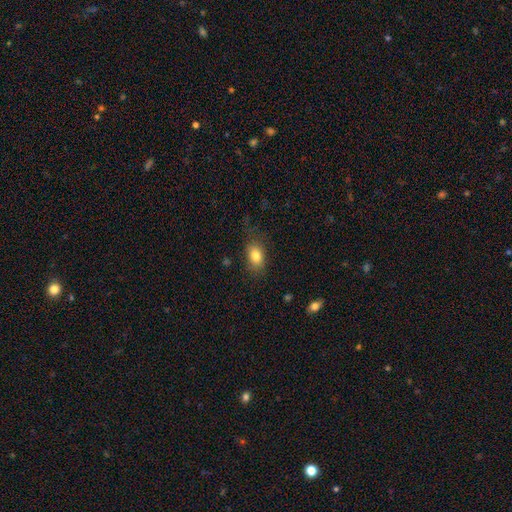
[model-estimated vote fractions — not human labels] Smooth or featured? smooth (82%)
How rounded? in between (81%)
Merging? none (72%)